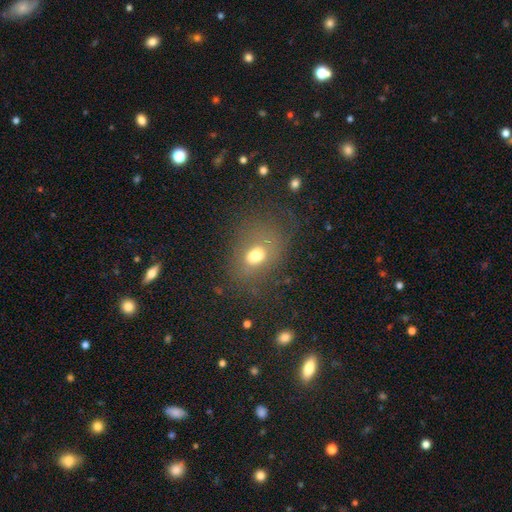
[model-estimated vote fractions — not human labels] A smooth galaxy with no disk features (66%) that is in between round and cigar-shaped (59%).

Vote fractions:
- Smooth or featured? smooth: 66% / featured or disk: 17% / star or artifact: 16%
- How rounded? in between: 59% / round: 40% / cigar-shaped: 1%
- Merging? none: 64% / minor disturbance: 18% / major disturbance: 15% / merger: 3%